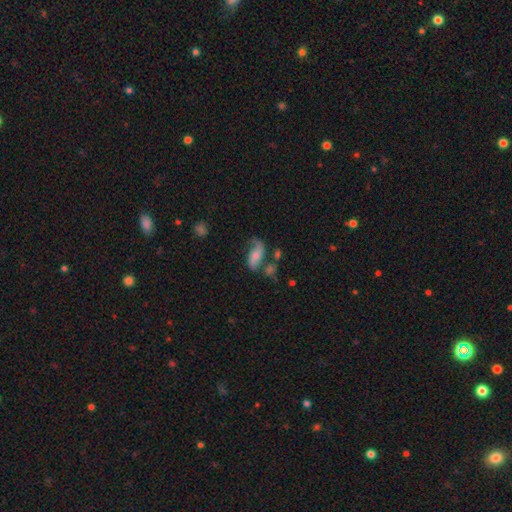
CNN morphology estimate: smooth-or-featured: featured or disk: 56% | smooth: 36% | star or artifact: 8%
  disk-edge-on: no: 94% | yes: 6%
    bar: no: 58% | weak: 30% | strong: 12%
    has-spiral-arms: yes: 86% | no: 14%
    bulge-size: moderate: 41% | small: 37% | none: 11% | large: 9% | dominant: 2%
  merging: none: 42% | minor disturbance: 23% | major disturbance: 21% | merger: 14%